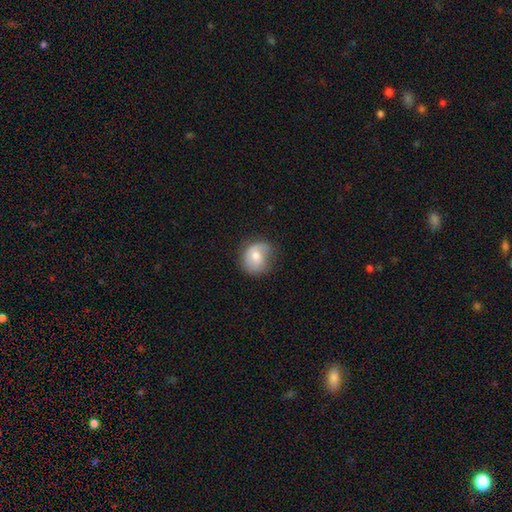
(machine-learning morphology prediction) A smooth galaxy with no disk features (61%) that is round (72%).

Vote fractions:
- Smooth or featured? smooth: 61% / featured or disk: 32% / star or artifact: 7%
- How rounded? round: 72% / in between: 27% / cigar-shaped: 1%
- Merging? none: 58% / minor disturbance: 28% / major disturbance: 12% / merger: 2%